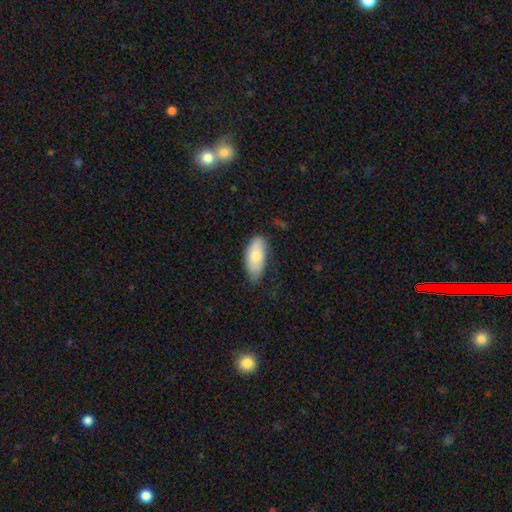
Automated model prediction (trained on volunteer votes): This appears to be a smooth galaxy with no disk features (78%) that is in between round and cigar-shaped (89%). Merging: none (66%).